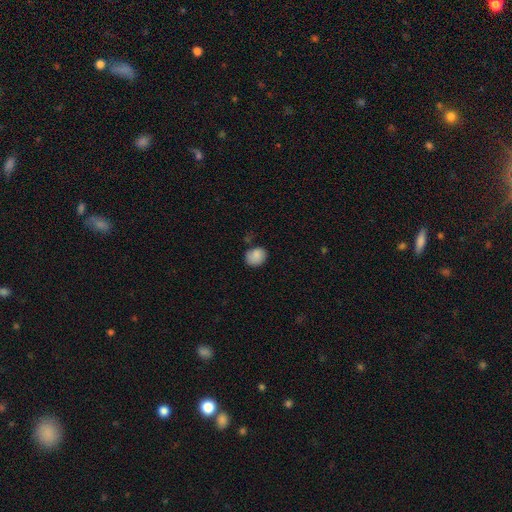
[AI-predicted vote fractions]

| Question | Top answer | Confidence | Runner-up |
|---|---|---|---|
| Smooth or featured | smooth | 85% | star or artifact (8%) |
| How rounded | round | 58% | in between (41%) |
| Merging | none | 65% | minor disturbance (24%) |